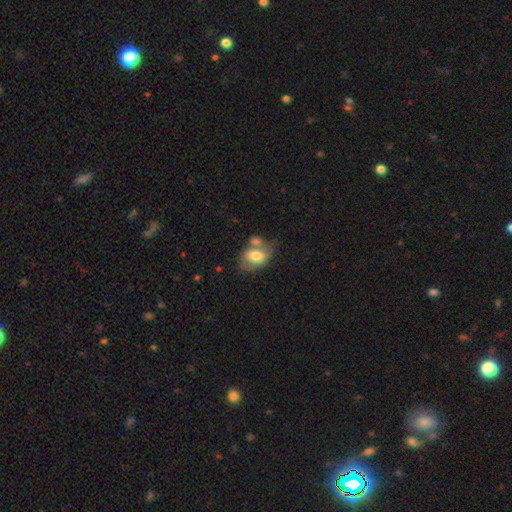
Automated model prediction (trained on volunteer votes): Smooth or featured: smooth — 66% (featured or disk — 27%)
How rounded: in between — 82% (round — 16%)
Merging: merger — 37% (none — 36%)